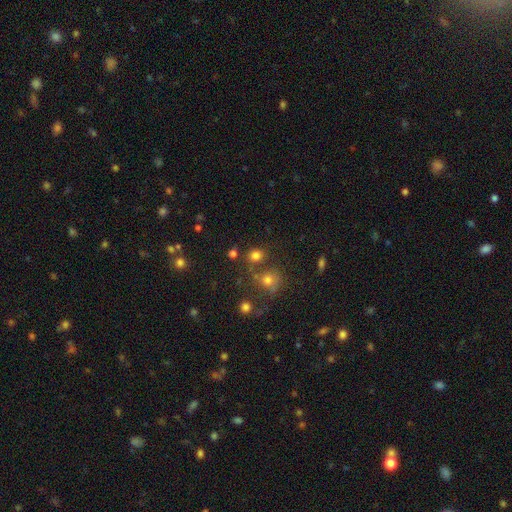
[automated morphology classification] type=smooth (76%); roundness=round (77%); merging=none (69%).